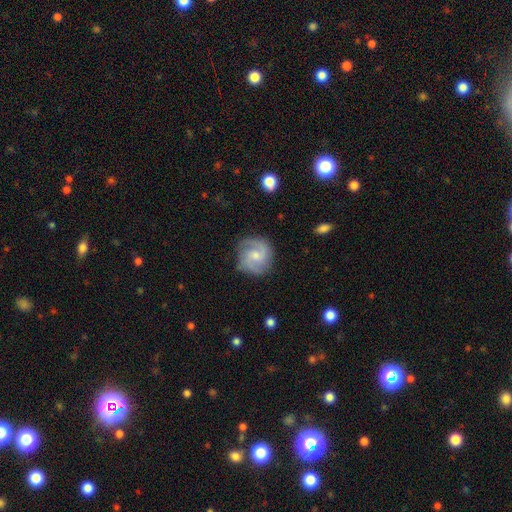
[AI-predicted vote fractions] smooth-or-featured: featured or disk: 72% | smooth: 22% | star or artifact: 6%
  disk-edge-on: no: 98% | yes: 2%
    bar: no: 49% | weak: 45% | strong: 6%
    has-spiral-arms: yes: 95% | no: 5%
      spiral-winding: medium: 49% | tight: 31% | loose: 20%
      spiral-arm-count: 2: 69% | 3: 11% | can't tell: 11% | 1: 4% | 4: 2% | more than 4: 2%
    bulge-size: small: 49% | moderate: 42% | none: 5% | large: 2% | dominant: 1%
  merging: none: 76% | minor disturbance: 17% | major disturbance: 6% | merger: 2%